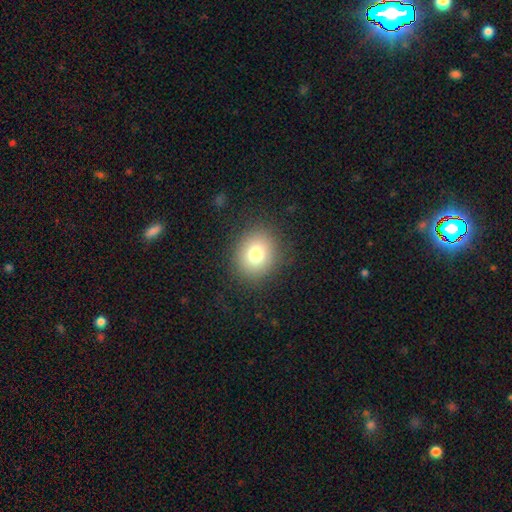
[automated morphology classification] A smooth galaxy with no disk features (78%) that is round (77%). Merging: none (90%).